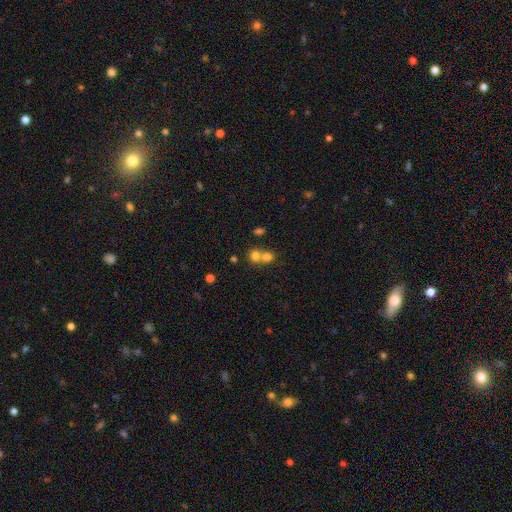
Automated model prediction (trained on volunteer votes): This appears to be a smooth galaxy with no disk features (75%) that is round (83%). Merging: merger (51%).